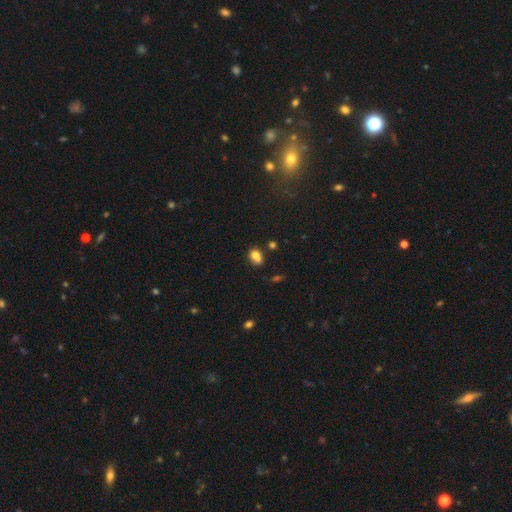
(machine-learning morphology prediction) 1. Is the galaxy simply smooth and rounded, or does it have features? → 75% smooth, 13% featured or disk, 12% star or artifact.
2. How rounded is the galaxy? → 62% in between, 36% round, 2% cigar-shaped.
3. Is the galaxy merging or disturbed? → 40% none, 29% merger, 21% minor disturbance, 9% major disturbance.